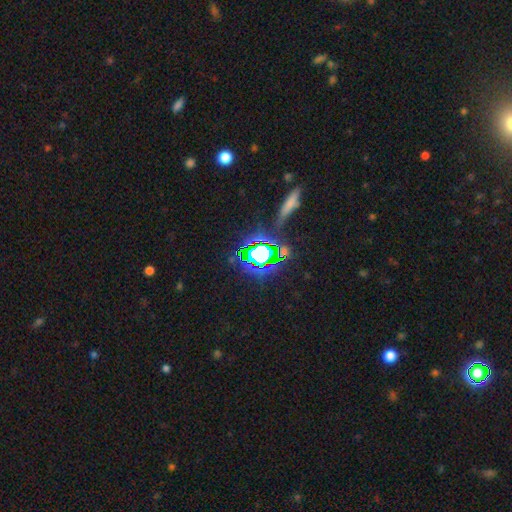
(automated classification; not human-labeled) Smooth or featured?
  - star or artifact: 78% *
  - smooth: 13%
  - featured or disk: 9%